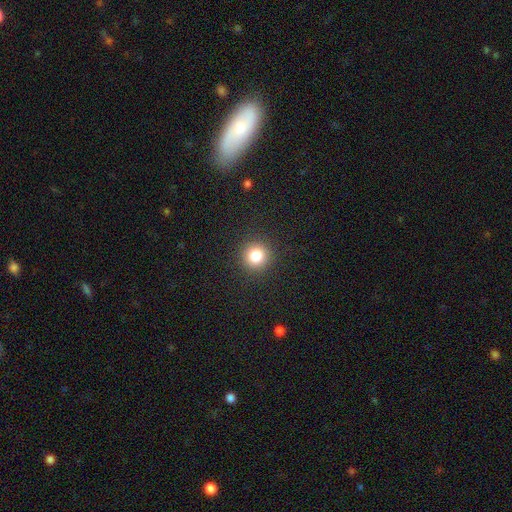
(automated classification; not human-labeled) smooth_or_featured: smooth (p=0.82) [alt: star or artifact p=0.13]
how_rounded: round (p=0.94) [alt: in between p=0.05]
merging: none (p=0.91) [alt: minor disturbance p=0.05]